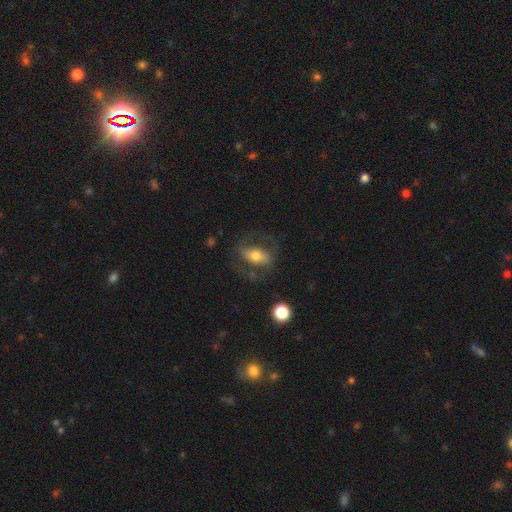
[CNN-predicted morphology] A featured or disk galaxy (55%). Merging: none (60%).